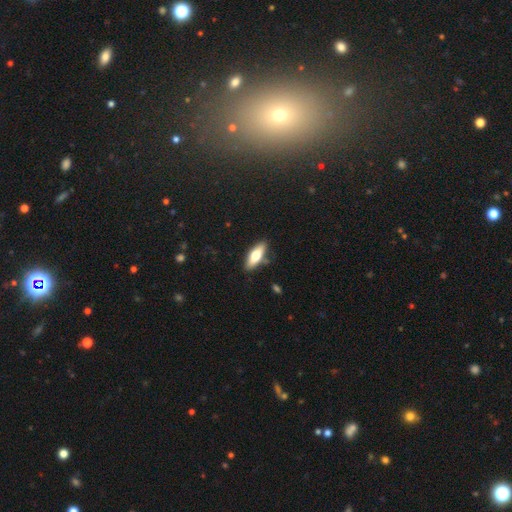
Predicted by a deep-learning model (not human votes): This is likely a smooth galaxy (66%). How rounded: likely in between (62%). Merging: clearly none (84%).